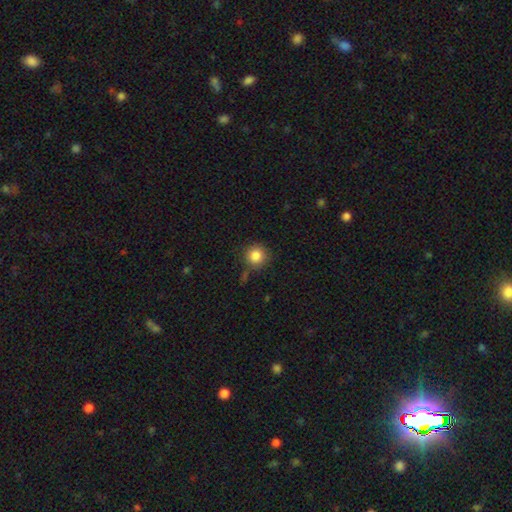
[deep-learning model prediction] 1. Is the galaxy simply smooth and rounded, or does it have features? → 85% smooth, 10% star or artifact, 5% featured or disk.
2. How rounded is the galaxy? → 94% round, 5% in between, 1% cigar-shaped.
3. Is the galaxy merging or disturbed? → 81% none, 11% minor disturbance, 5% merger, 3% major disturbance.